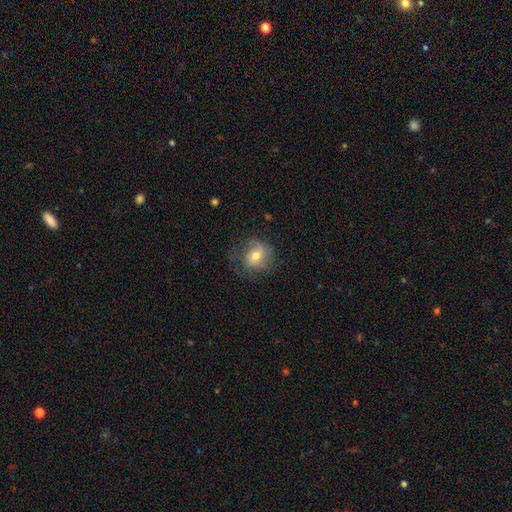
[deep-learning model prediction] Q: Smooth or featured?
A: smooth (46%); runner-up: featured or disk (45%)
Q: Merging?
A: none (63%); runner-up: minor disturbance (22%)